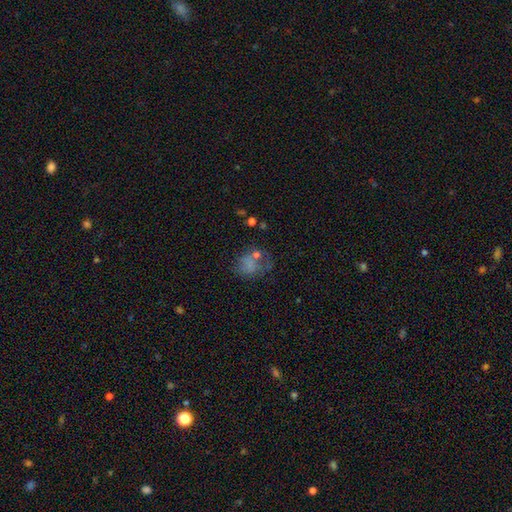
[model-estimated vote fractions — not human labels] This appears to be a smooth galaxy with no disk features (52%) that is round (54%). Merging: none (42%).